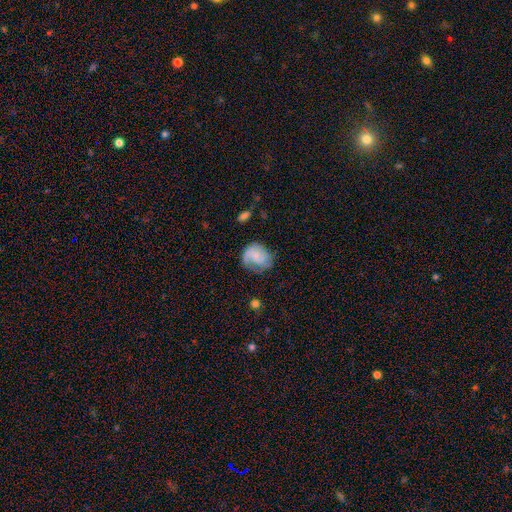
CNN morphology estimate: Smooth or featured? featured or disk (60%)
Edge-on disk? no (98%)
Bar? no (64%)
Spiral arms? yes (89%)
Spiral winding? medium (41%)
Spiral arm count? 2 (40%)
Bulge size? small (53%)
Merging? none (57%)